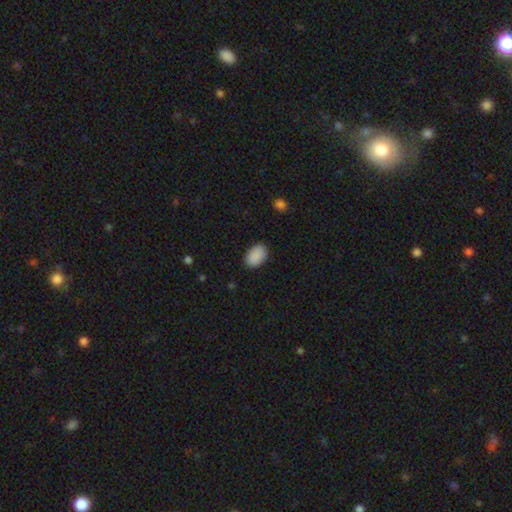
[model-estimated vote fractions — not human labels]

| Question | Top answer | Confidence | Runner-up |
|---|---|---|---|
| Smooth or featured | smooth | 91% | star or artifact (7%) |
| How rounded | in between | 90% | round (8%) |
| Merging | none | 88% | minor disturbance (9%) |